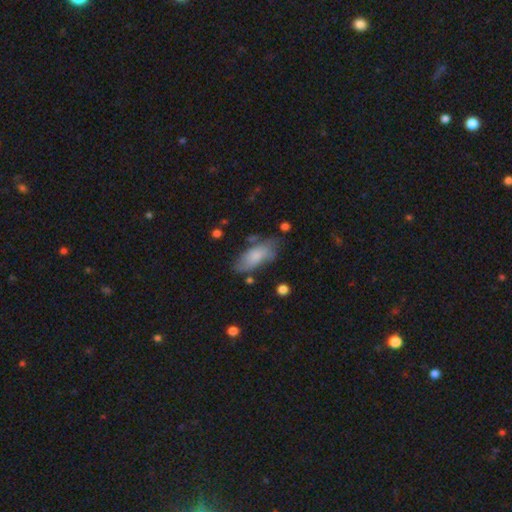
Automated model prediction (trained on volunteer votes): Q: Smooth or featured?
A: smooth (71%); runner-up: featured or disk (22%)
Q: How rounded?
A: in between (84%); runner-up: cigar-shaped (14%)
Q: Merging?
A: none (58%); runner-up: minor disturbance (28%)